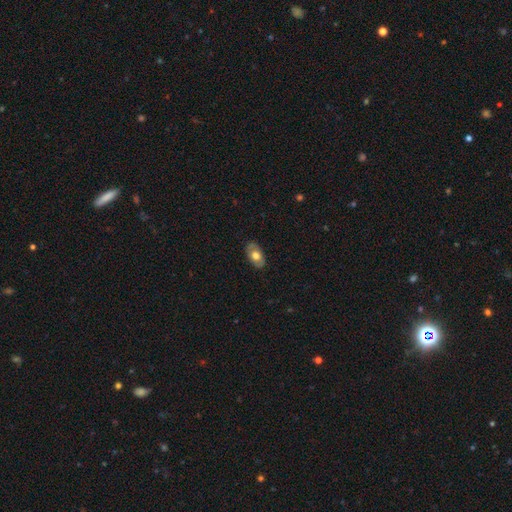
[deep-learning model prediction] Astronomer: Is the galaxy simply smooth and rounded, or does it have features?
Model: smooth — 58% (runner-up: featured or disk, 37%).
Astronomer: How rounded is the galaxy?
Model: in between — 91%.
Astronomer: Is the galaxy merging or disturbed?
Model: none — 85%.